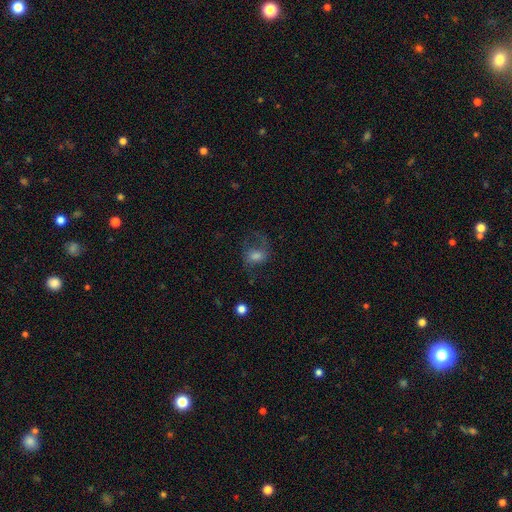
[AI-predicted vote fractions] A smooth galaxy with no disk features (47%).

Vote fractions:
- Smooth or featured? smooth: 47% / featured or disk: 38% / star or artifact: 15%
- Merging? none: 46% / major disturbance: 32% / minor disturbance: 20% / merger: 2%